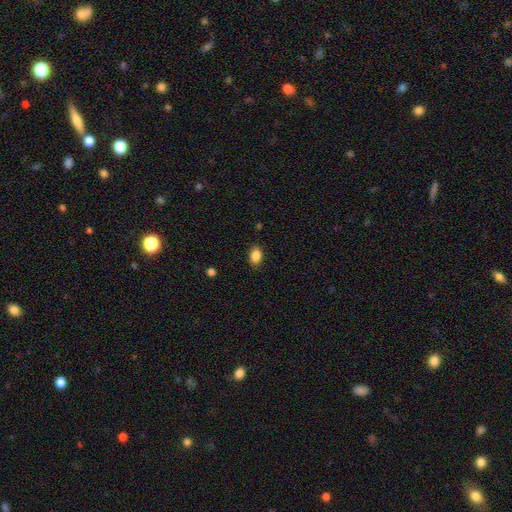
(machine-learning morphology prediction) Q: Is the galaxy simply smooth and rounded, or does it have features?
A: smooth — 87%.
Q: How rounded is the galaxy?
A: in between — 82%.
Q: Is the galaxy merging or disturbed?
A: none — 87%.